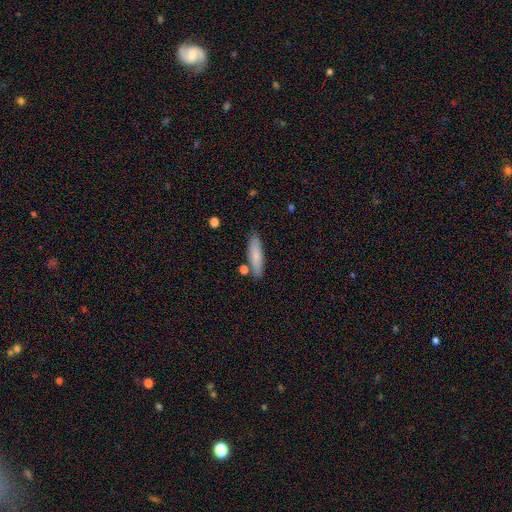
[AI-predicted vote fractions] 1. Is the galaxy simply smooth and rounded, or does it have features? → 80% smooth, 14% featured or disk, 6% star or artifact.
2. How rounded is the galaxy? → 62% cigar-shaped, 36% in between, 2% round.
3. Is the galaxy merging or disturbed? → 80% none, 12% minor disturbance, 5% merger, 2% major disturbance.